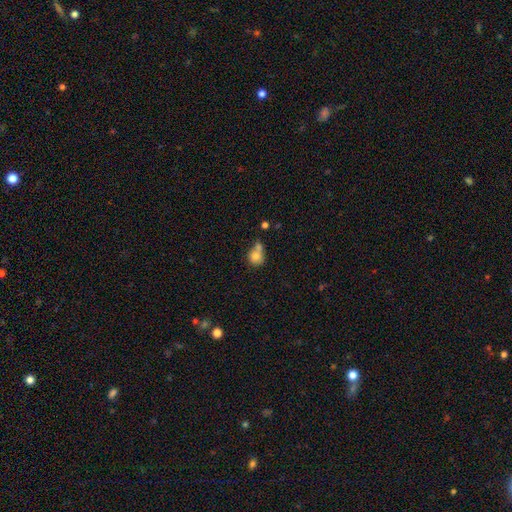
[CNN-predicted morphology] Overall: smooth (77%). How rounded: round (77%). Merging: merger (46%; none 35%).